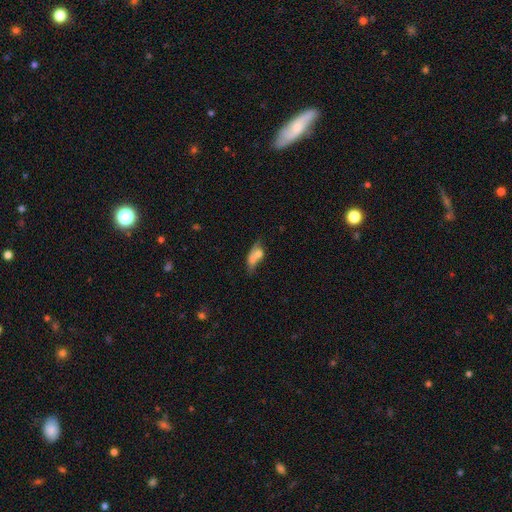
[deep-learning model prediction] Smooth or featured?
  - smooth: 59% *
  - featured or disk: 31%
  - star or artifact: 10%
How rounded?
  - in between: 71% *
  - cigar-shaped: 15%
  - round: 14%
Merging?
  - merger: 49% *
  - none: 24%
  - minor disturbance: 15%
  - major disturbance: 12%